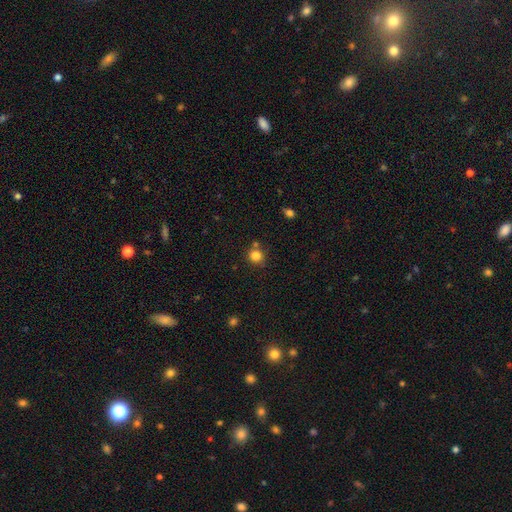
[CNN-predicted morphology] smooth_or_featured: smooth (p=0.82) [alt: star or artifact p=0.13]
how_rounded: round (p=0.90) [alt: in between p=0.09]
merging: none (p=0.74) [alt: merger p=0.13]